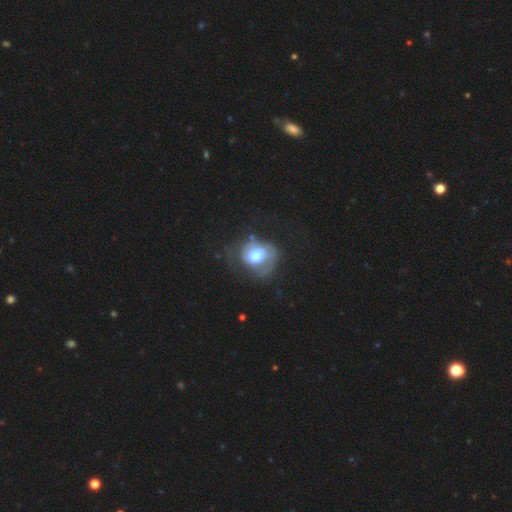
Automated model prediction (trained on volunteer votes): Smooth or featured?
  - smooth: 47% *
  - featured or disk: 45%
  - star or artifact: 8%
Merging?
  - none: 38% *
  - major disturbance: 33%
  - minor disturbance: 26%
  - merger: 3%